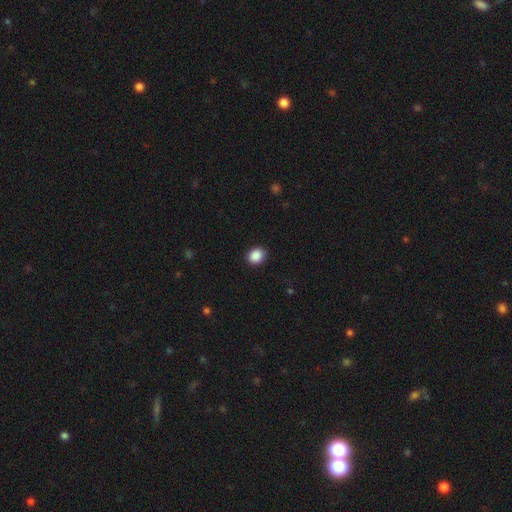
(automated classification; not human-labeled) Overall: smooth (89%). How rounded: round (58%; in between 42%). Merging: none (90%).